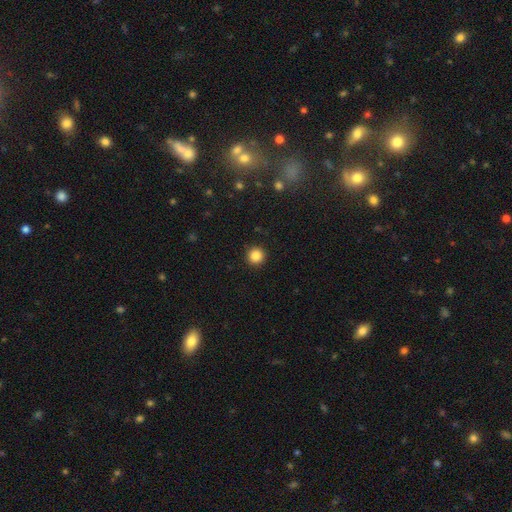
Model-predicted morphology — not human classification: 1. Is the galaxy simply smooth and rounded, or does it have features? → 86% smooth, 11% star or artifact, 3% featured or disk.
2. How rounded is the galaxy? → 96% round, 3% in between, 1% cigar-shaped.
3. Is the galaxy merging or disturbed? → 92% none, 5% minor disturbance, 2% major disturbance, 1% merger.